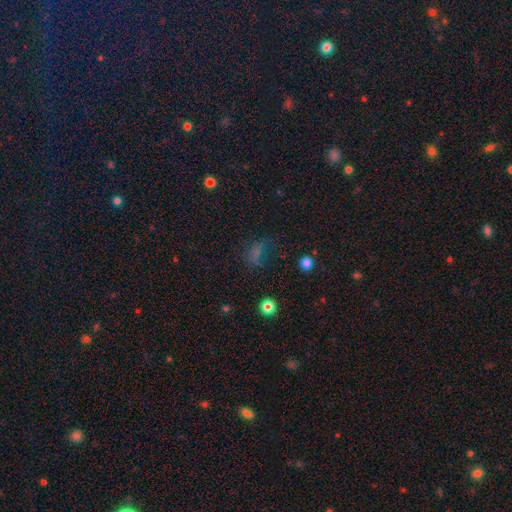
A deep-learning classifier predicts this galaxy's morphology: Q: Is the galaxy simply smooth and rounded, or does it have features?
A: smooth — 47%.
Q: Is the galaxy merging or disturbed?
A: none — 53%.